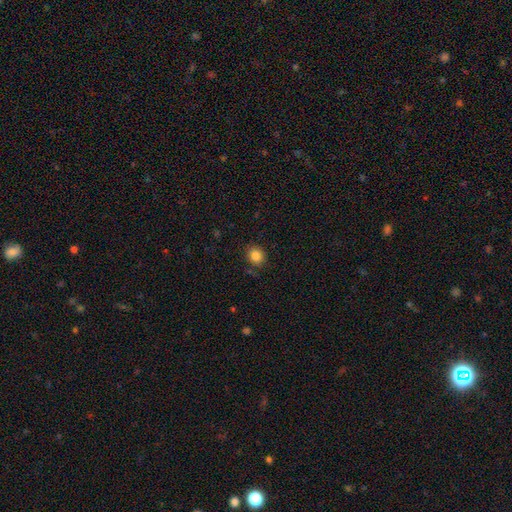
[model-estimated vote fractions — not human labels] This appears to be a smooth galaxy with no disk features (84%) that is round (79%). Merging: none (85%).